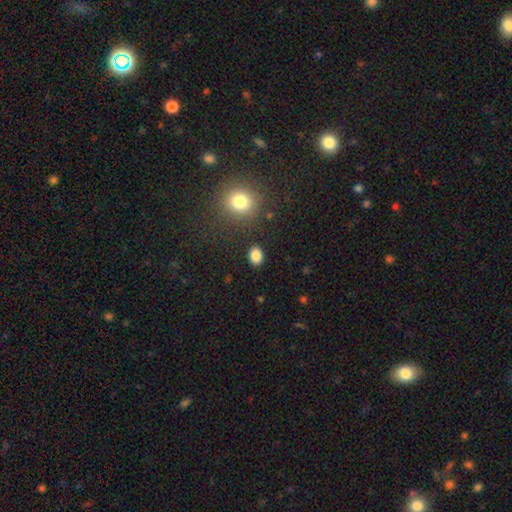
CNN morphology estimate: This is clearly a smooth galaxy (85%). How rounded: possibly in between (57%). Merging: clearly none (88%).